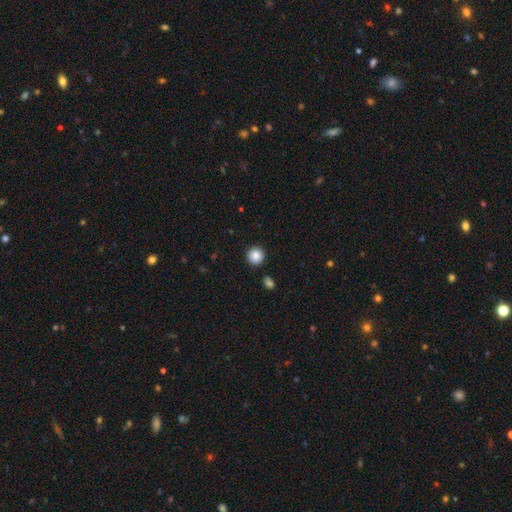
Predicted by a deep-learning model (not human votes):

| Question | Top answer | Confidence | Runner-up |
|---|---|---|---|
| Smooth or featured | smooth | 87% | star or artifact (9%) |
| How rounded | round | 94% | in between (5%) |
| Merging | none | 90% | minor disturbance (6%) |